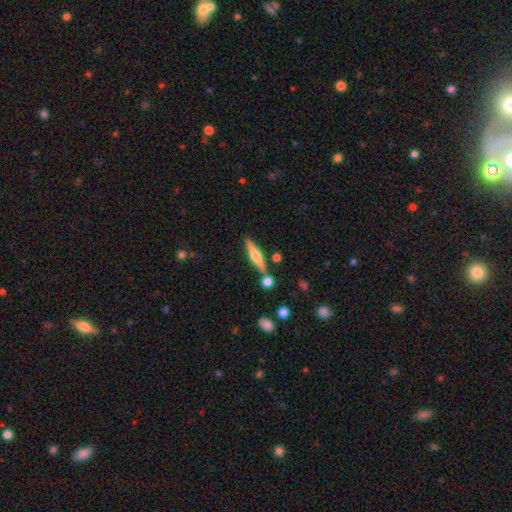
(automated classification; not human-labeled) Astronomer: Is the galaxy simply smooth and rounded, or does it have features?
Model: featured or disk — 64%.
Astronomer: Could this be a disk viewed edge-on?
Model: yes — 97%.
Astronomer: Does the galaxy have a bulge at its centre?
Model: rounded — 88%.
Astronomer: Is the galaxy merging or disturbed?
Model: none — 81%.